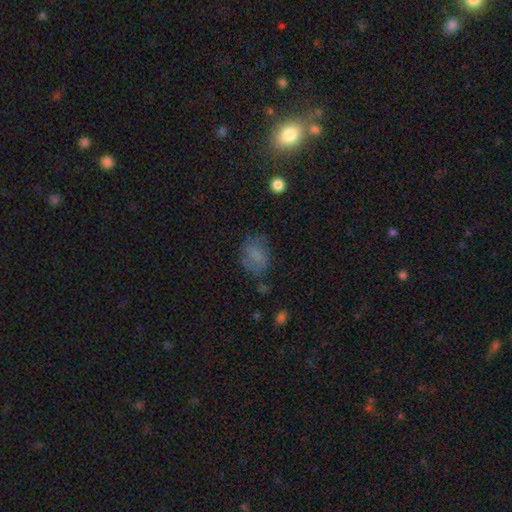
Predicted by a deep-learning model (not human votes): smooth_or_featured: smooth (p=0.65) [alt: featured or disk p=0.22]
how_rounded: in between (p=0.70) [alt: round p=0.28]
merging: none (p=0.62) [alt: minor disturbance p=0.23]